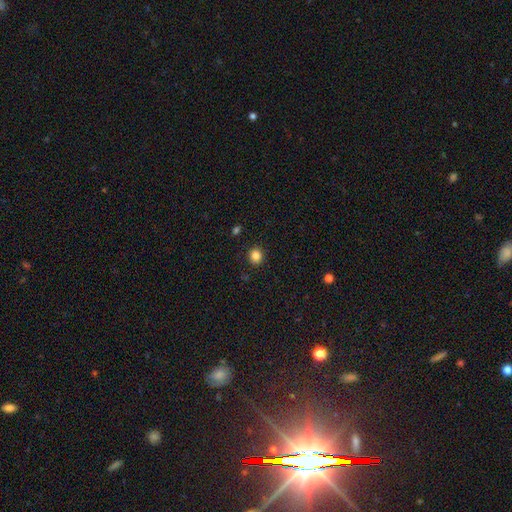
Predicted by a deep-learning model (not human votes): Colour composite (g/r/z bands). It shows a smooth galaxy with no disk features (85%) that is round (78%). Merging: none (90%).